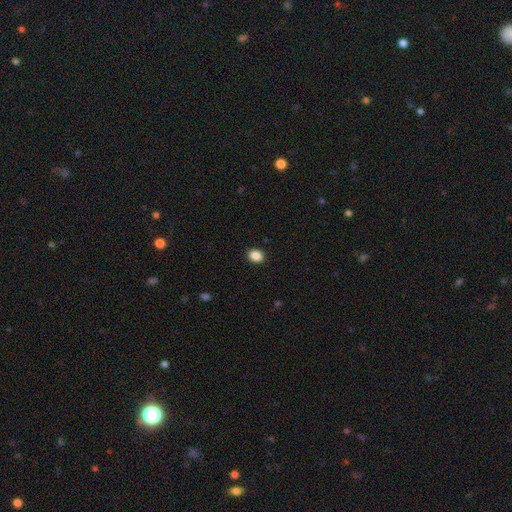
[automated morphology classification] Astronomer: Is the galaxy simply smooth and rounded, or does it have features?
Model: smooth — 88%.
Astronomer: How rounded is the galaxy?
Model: in between — 55% (runner-up: round, 44%).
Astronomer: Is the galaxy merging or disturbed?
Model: none — 91%.